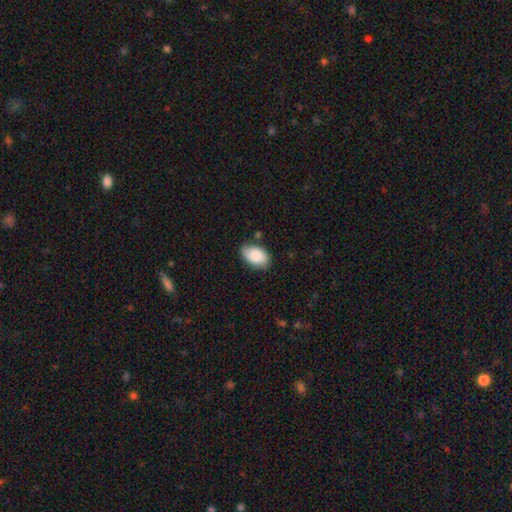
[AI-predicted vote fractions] Morphology: type=smooth (77%); roundness=in between (91%); merging=none (68%).